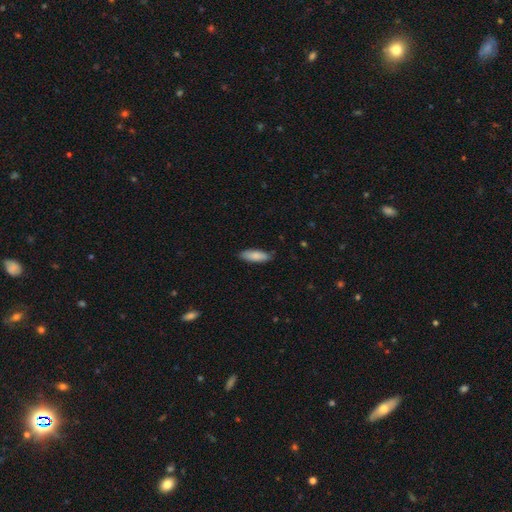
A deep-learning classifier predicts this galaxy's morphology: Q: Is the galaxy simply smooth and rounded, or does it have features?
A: smooth — 86%.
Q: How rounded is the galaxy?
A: in between — 55%.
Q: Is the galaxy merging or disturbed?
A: none — 84%.